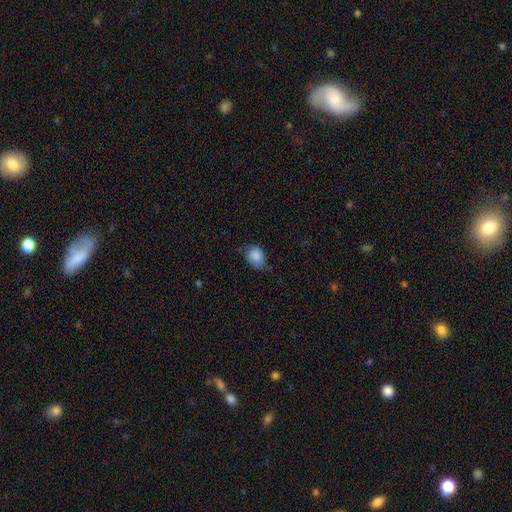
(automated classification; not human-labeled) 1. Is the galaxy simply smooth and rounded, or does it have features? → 86% smooth, 8% star or artifact, 6% featured or disk.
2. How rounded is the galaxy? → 51% in between, 48% round, 1% cigar-shaped.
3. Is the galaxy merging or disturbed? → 56% none, 34% minor disturbance, 8% major disturbance, 1% merger.